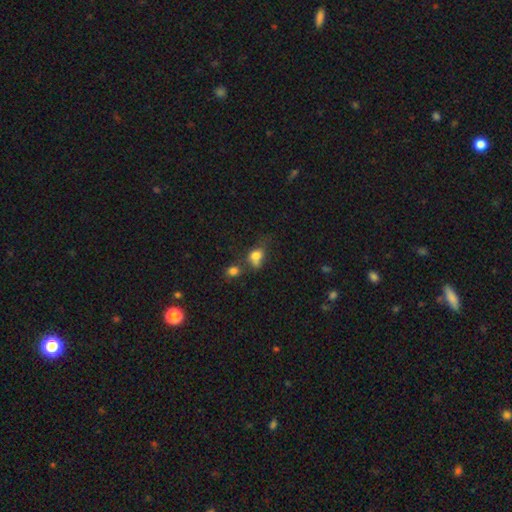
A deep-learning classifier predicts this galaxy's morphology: Smooth or featured? Predicted: smooth (p=0.76). How rounded? Predicted: in between (p=0.53). Merging? Predicted: none (p=0.31, tied with merger).